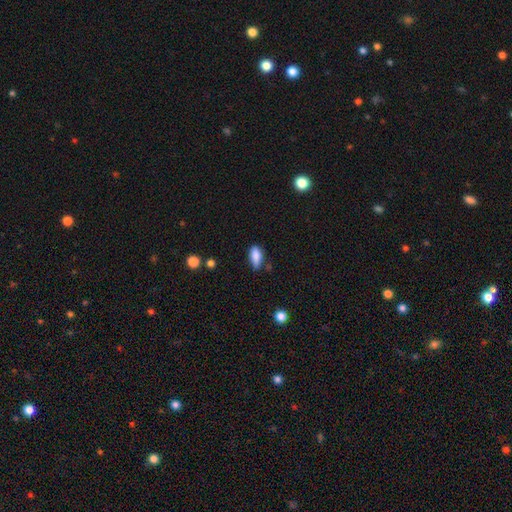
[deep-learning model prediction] Q: Smooth or featured?
A: smooth (83%); runner-up: featured or disk (9%)
Q: How rounded?
A: in between (84%); runner-up: cigar-shaped (12%)
Q: Merging?
A: none (58%); runner-up: minor disturbance (32%)